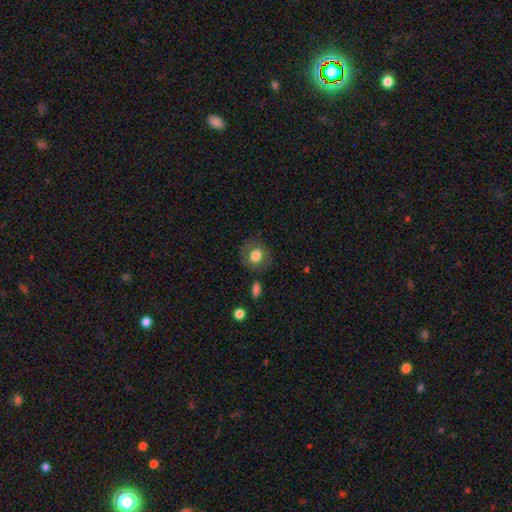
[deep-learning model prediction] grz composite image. It shows a smooth galaxy with no disk features (74%) that is round (72%). Merging: none (78%).